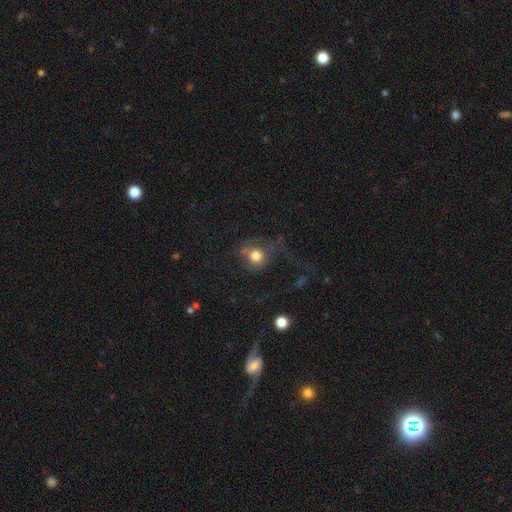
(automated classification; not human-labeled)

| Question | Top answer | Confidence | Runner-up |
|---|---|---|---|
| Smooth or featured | smooth | 68% | featured or disk (19%) |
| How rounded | round | 83% | in between (16%) |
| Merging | none | 41% | major disturbance (37%) |